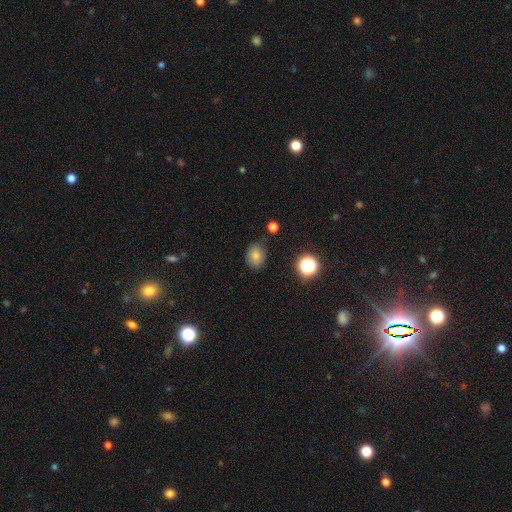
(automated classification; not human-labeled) A smooth galaxy with no disk features (78%) that is round (52%).

Vote fractions:
- Smooth or featured? smooth: 78% / star or artifact: 14% / featured or disk: 8%
- How rounded? round: 52% / in between: 48% / cigar-shaped: 1%
- Merging? none: 80% / minor disturbance: 14% / major disturbance: 3% / merger: 2%